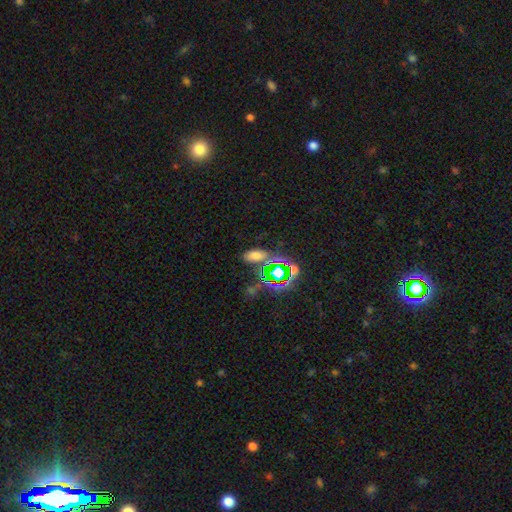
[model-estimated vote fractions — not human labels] smooth-or-featured: smooth: 59% | star or artifact: 32% | featured or disk: 10%
  how-rounded: in between: 85% | cigar-shaped: 8% | round: 7%
  merging: none: 74% | minor disturbance: 13% | merger: 8% | major disturbance: 5%